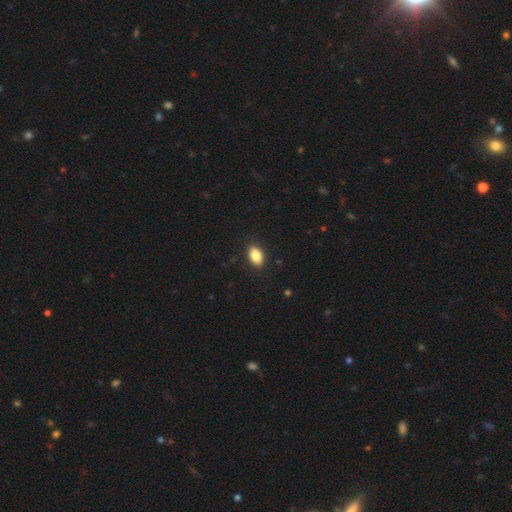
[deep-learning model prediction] A smooth galaxy with no disk features (87%) that is in between round and cigar-shaped (90%). Merging: none (89%).